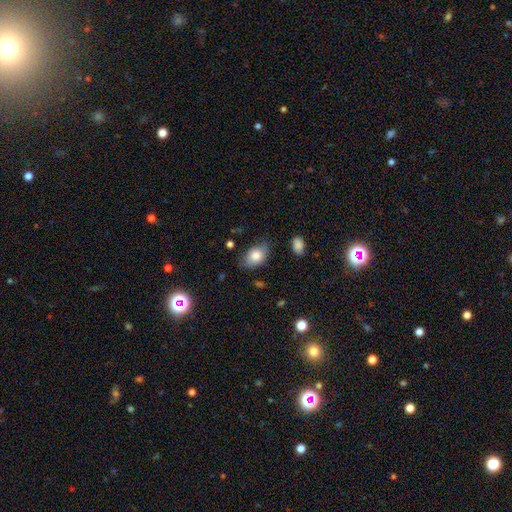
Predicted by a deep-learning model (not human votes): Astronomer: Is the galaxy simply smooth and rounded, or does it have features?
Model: smooth — 82%.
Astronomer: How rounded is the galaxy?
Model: in between — 85%.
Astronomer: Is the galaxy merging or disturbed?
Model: none — 72%.